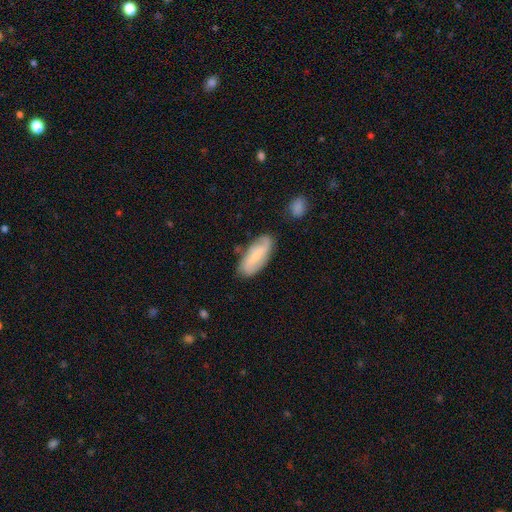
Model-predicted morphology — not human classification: A featured or disk galaxy (49%).

Vote fractions:
- Smooth or featured? featured or disk: 49% / smooth: 44% / star or artifact: 7%
- Merging? none: 74% / minor disturbance: 19% / major disturbance: 4% / merger: 3%